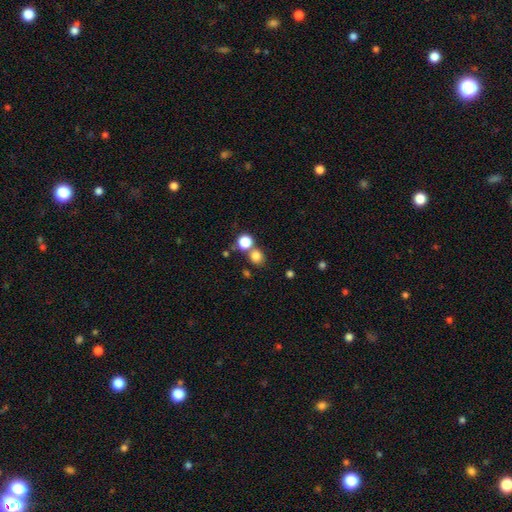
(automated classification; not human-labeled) Smooth or featured: smooth — 79% (star or artifact — 15%)
How rounded: round — 84% (in between — 15%)
Merging: none — 62% (merger — 27%)